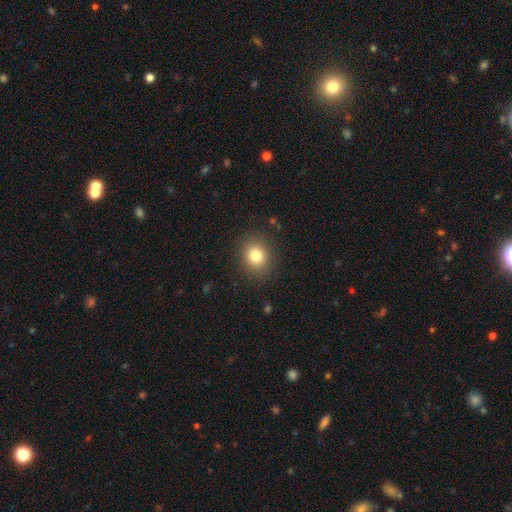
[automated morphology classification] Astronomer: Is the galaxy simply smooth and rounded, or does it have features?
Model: smooth — 81%.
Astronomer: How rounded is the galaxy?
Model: round — 74%.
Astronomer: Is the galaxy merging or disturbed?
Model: none — 88%.